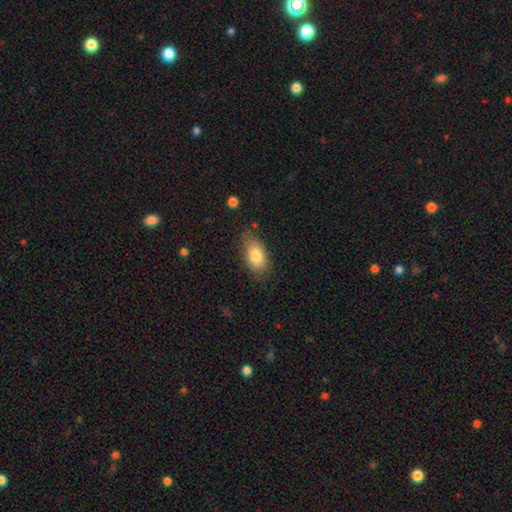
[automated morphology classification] Overall: smooth (81%). How rounded: in between (91%). Merging: none (75%).